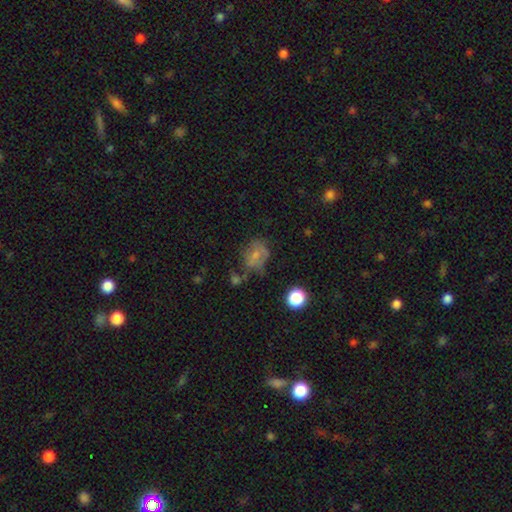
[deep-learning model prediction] Q: Smooth or featured?
A: smooth (57%); runner-up: featured or disk (29%)
Q: How rounded?
A: round (52%); runner-up: in between (47%)
Q: Merging?
A: none (43%); runner-up: minor disturbance (27%)